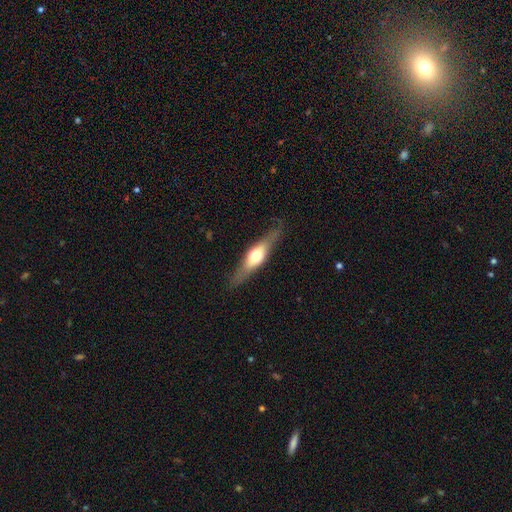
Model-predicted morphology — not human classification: This appears to be a featured or disk galaxy (61%) viewed edge-on (91%) with a rounded central bulge (90%). Merging: none (82%).